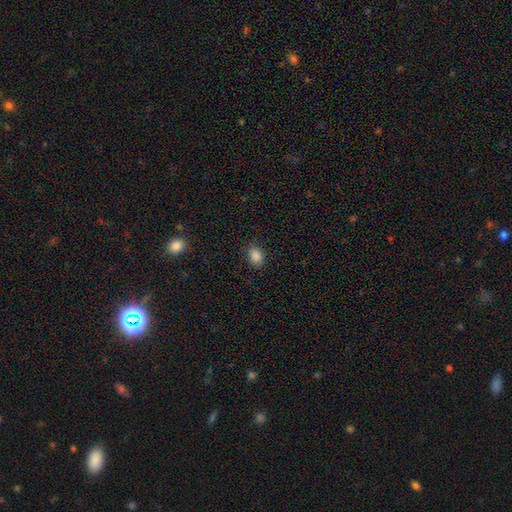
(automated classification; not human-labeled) This is clearly a smooth galaxy (86%). How rounded: likely in between (73%). Merging: clearly none (86%).